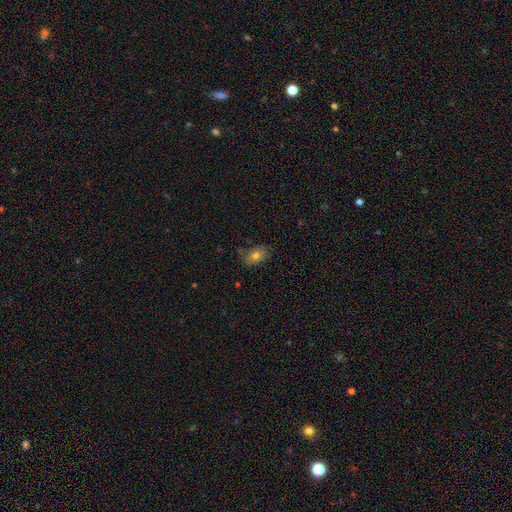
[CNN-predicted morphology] smooth-or-featured: smooth: 73% | featured or disk: 16% | star or artifact: 10%
  how-rounded: in between: 85% | round: 13% | cigar-shaped: 2%
  merging: none: 78% | minor disturbance: 17% | major disturbance: 3% | merger: 2%